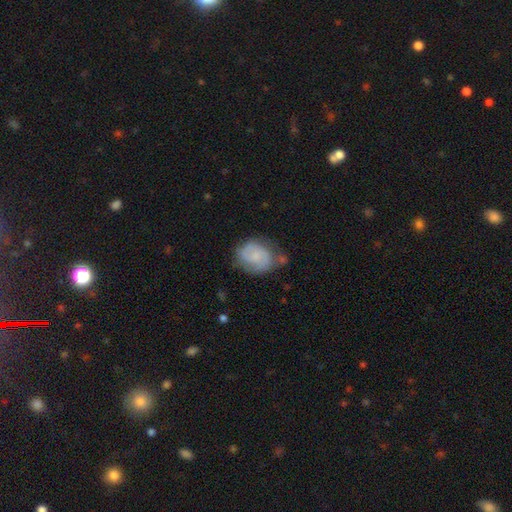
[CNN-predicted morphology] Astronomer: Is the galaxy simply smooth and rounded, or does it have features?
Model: featured or disk — 59%.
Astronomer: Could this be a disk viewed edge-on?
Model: no — 98%.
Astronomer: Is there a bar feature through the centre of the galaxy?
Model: no — 58% (runner-up: weak, 36%).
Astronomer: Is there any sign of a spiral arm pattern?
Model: yes — 89%.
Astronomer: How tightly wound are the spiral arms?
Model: medium — 45% (runner-up: tight, 40%).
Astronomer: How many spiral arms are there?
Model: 2 — 76%.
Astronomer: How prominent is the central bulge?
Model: small — 47% (runner-up: none, 29%).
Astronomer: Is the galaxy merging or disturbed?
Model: none — 61%.